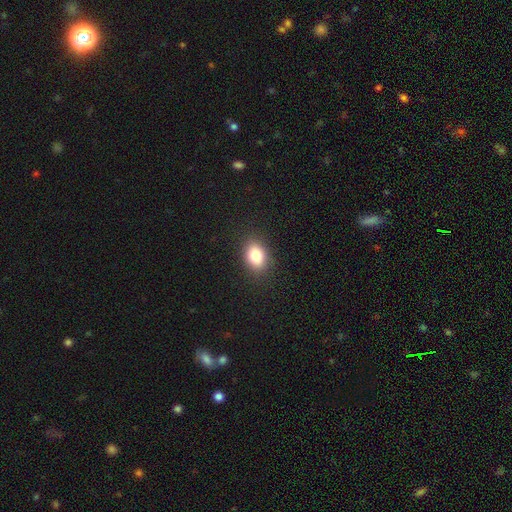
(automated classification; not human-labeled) The model was most divided on "how rounded": in between: 74%, round: 25%, cigar-shaped: 1%. More confident: merging — none (87%); smooth or featured — smooth (82%).